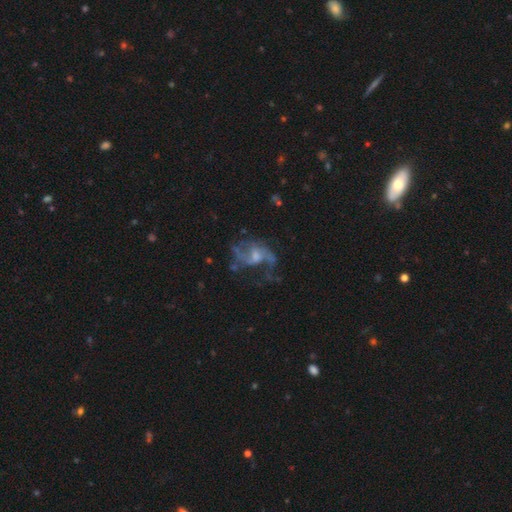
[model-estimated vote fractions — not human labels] Q: Smooth or featured?
A: featured or disk (78%); runner-up: smooth (12%)
Q: Edge-on disk?
A: no (97%); runner-up: yes (3%)
Q: Bar?
A: no (46%); runner-up: weak (44%)
Q: Spiral arms?
A: yes (82%); runner-up: no (18%)
Q: Spiral winding?
A: loose (58%); runner-up: medium (34%)
Q: Spiral arm count?
A: 2 (69%); runner-up: can't tell (14%)
Q: Bulge size?
A: small (40%); runner-up: moderate (37%)
Q: Merging?
A: none (47%); runner-up: major disturbance (30%)